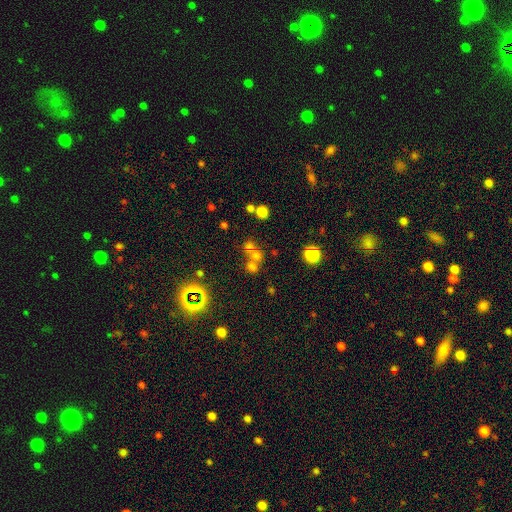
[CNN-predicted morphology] This is possibly a smooth galaxy (55%). How rounded: clearly round (82%). Merging: possibly none (48%).